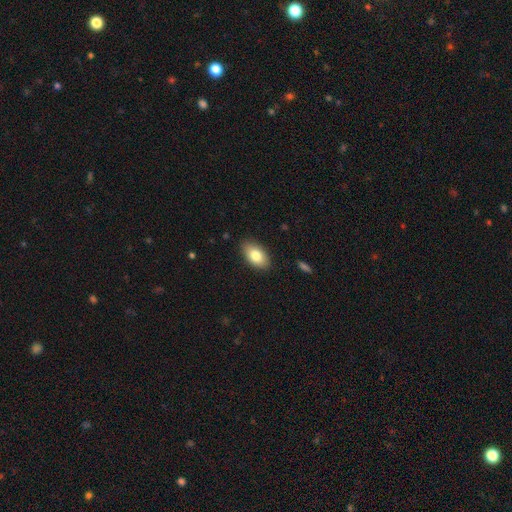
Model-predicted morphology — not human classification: Q: Smooth or featured?
A: smooth (80%); runner-up: featured or disk (13%)
Q: How rounded?
A: in between (93%); runner-up: round (5%)
Q: Merging?
A: none (86%); runner-up: minor disturbance (11%)